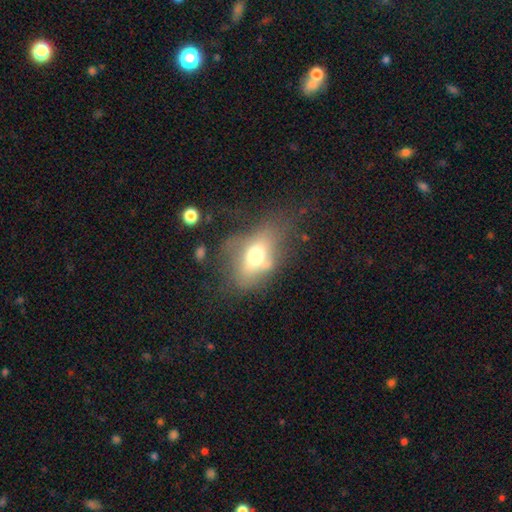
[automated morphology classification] Smooth or featured: smooth — 57% (featured or disk — 32%)
How rounded: in between — 81% (round — 14%)
Merging: none — 36% (major disturbance — 30%)